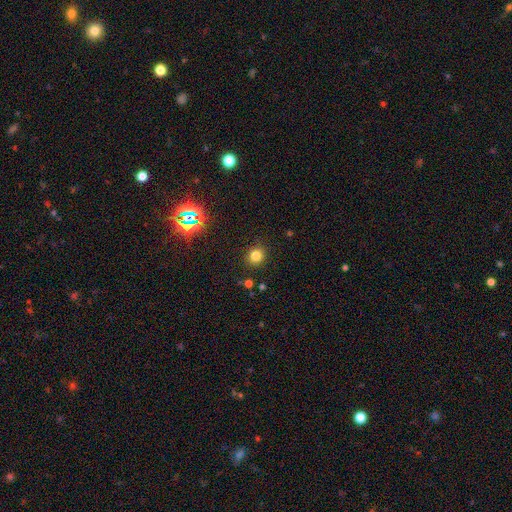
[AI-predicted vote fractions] Smooth or featured? Predicted: smooth (p=0.77). How rounded? Predicted: round (p=0.88). Merging? Predicted: none (p=0.89).